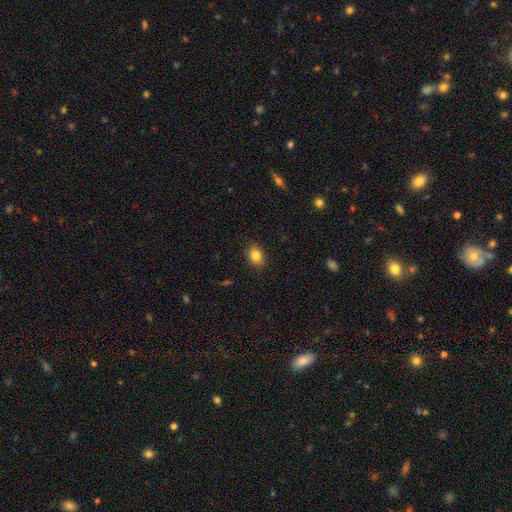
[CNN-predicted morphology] Overall: smooth (84%). How rounded: in between (73%). Merging: none (87%).